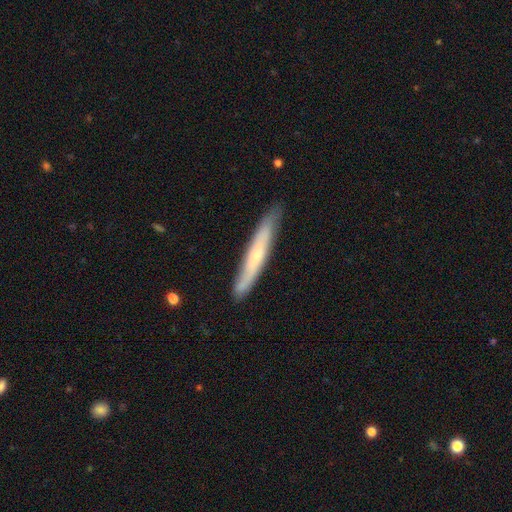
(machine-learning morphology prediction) Q: Smooth or featured?
A: smooth (51%); runner-up: featured or disk (44%)
Q: How rounded?
A: cigar-shaped (95%); runner-up: in between (4%)
Q: Merging?
A: none (83%); runner-up: minor disturbance (13%)